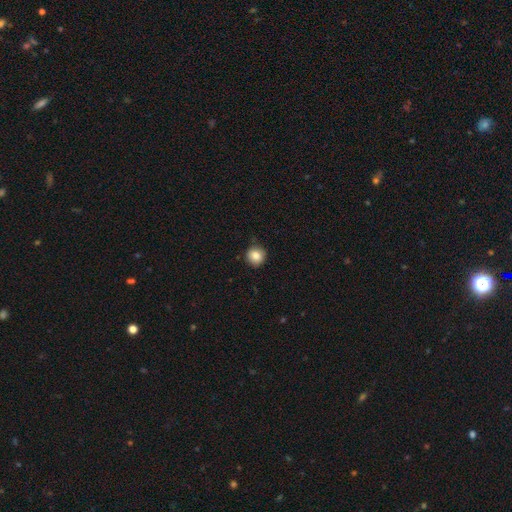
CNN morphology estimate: This appears to be a smooth galaxy with no disk features (84%) that is round (90%). Merging: none (83%).